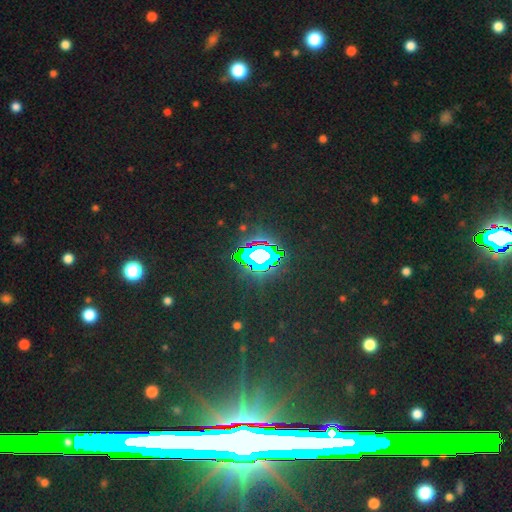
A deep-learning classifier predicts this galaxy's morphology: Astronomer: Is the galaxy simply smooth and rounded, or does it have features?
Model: star or artifact — 80%.